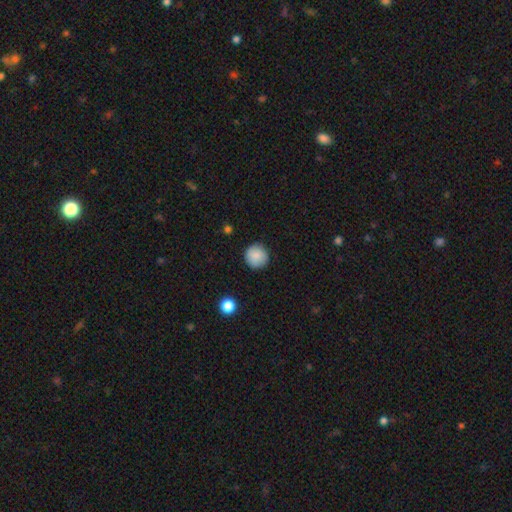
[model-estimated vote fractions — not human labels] Smooth or featured?
  - smooth: 87% *
  - star or artifact: 8%
  - featured or disk: 5%
How rounded?
  - round: 95% *
  - in between: 4%
  - cigar-shaped: 1%
Merging?
  - none: 89% *
  - minor disturbance: 8%
  - major disturbance: 2%
  - merger: 1%